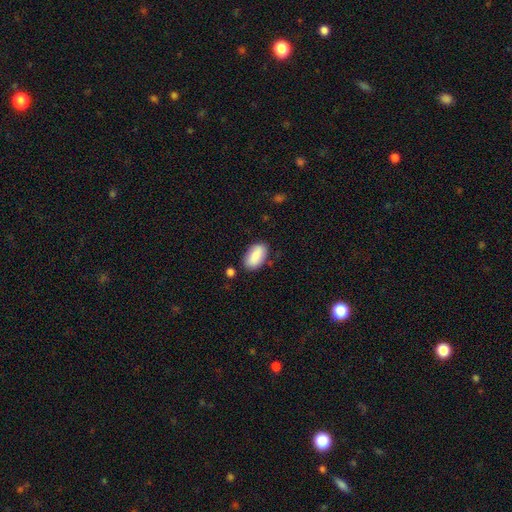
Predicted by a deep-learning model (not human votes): smooth_or_featured: smooth (p=0.85) [alt: featured or disk p=0.09]
how_rounded: in between (p=0.94) [alt: round p=0.03]
merging: none (p=0.79) [alt: minor disturbance p=0.14]